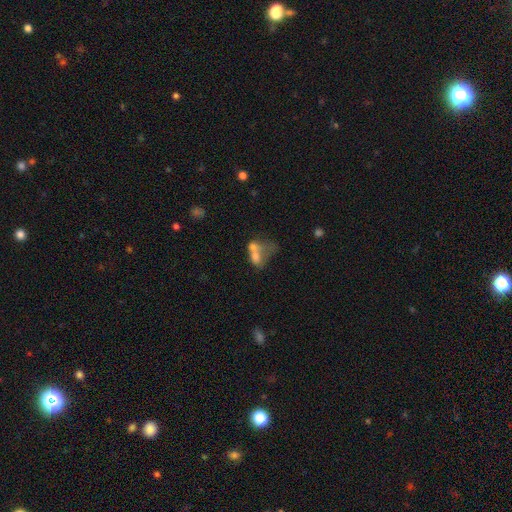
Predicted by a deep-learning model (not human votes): smooth-or-featured: smooth: 60% | featured or disk: 28% | star or artifact: 12%
  how-rounded: in between: 72% | round: 25% | cigar-shaped: 3%
  merging: merger: 66% | major disturbance: 15% | none: 12% | minor disturbance: 8%